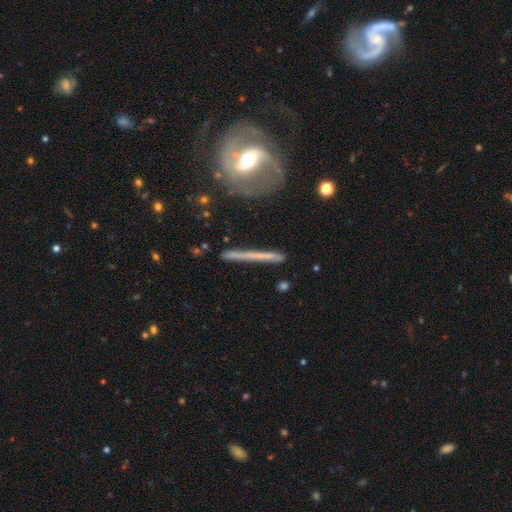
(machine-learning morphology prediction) Smooth or featured: featured or disk — 66% (smooth — 26%)
Edge-on disk: yes — 84% (no — 16%)
Edge-on bulge: none — 76% (rounded — 18%)
Merging: none — 83% (minor disturbance — 11%)